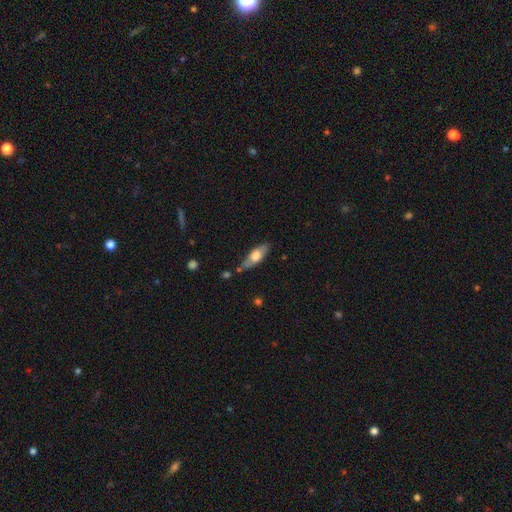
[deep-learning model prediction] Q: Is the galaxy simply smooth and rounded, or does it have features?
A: smooth — 52%.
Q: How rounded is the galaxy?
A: in between — 60%.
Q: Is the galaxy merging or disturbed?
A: none — 71%.